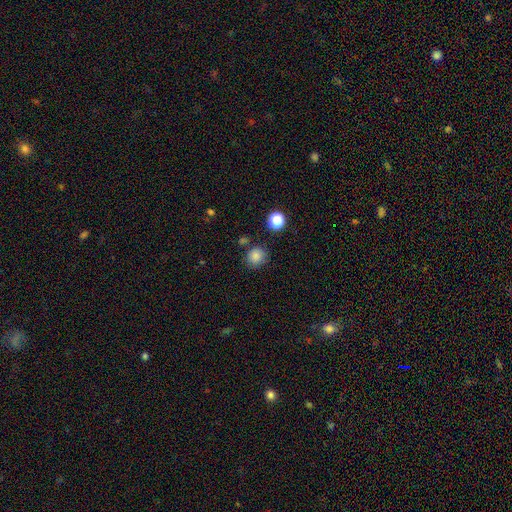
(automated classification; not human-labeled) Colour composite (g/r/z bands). It shows a smooth galaxy with no disk features (83%) that is round (82%). Merging: none (78%).